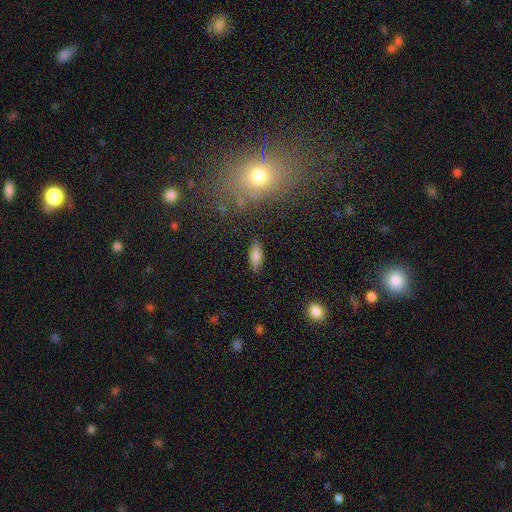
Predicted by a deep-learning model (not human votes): A smooth galaxy with no disk features (82%) that is in between round and cigar-shaped (73%). Merging: none (84%).